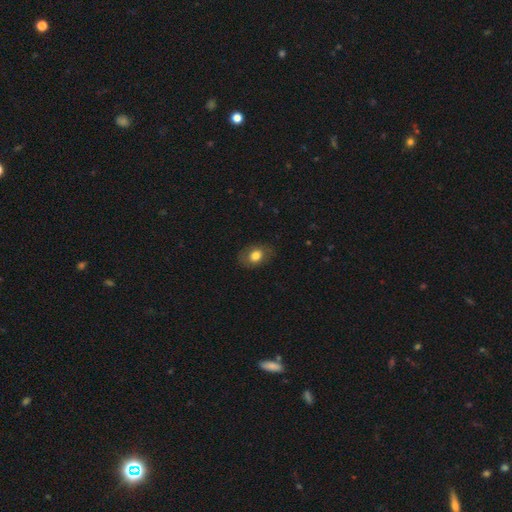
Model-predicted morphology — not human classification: Smooth or featured: smooth — 77% (featured or disk — 15%)
How rounded: in between — 69% (round — 30%)
Merging: none — 79% (minor disturbance — 15%)